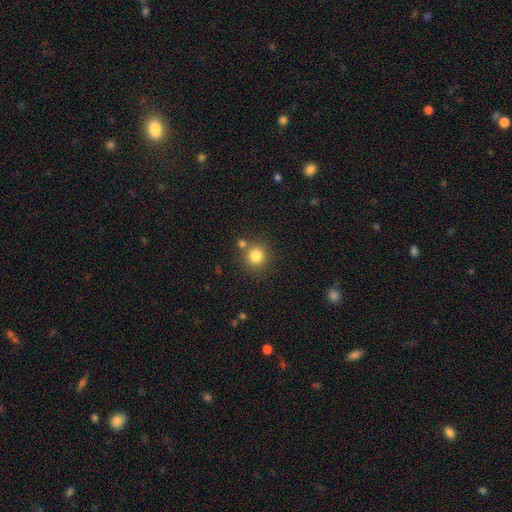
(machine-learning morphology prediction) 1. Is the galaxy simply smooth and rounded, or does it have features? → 82% smooth, 12% star or artifact, 6% featured or disk.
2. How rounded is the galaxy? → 91% round, 8% in between, 1% cigar-shaped.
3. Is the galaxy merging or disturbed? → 76% none, 13% merger, 9% minor disturbance, 3% major disturbance.